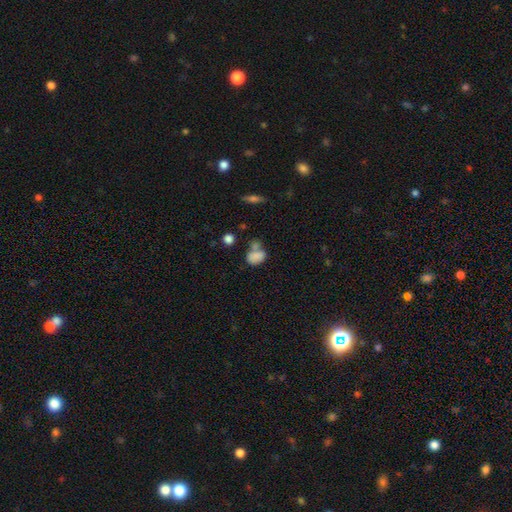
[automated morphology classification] Q: Smooth or featured?
A: smooth (80%); runner-up: star or artifact (10%)
Q: How rounded?
A: in between (76%); runner-up: round (22%)
Q: Merging?
A: none (40%); runner-up: merger (34%)